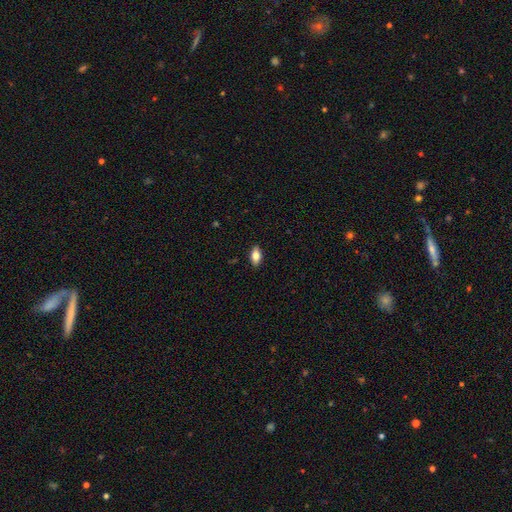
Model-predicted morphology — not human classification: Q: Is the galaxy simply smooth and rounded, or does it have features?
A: smooth — 76%.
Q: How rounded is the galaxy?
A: in between — 88%.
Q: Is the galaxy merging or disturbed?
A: none — 88%.